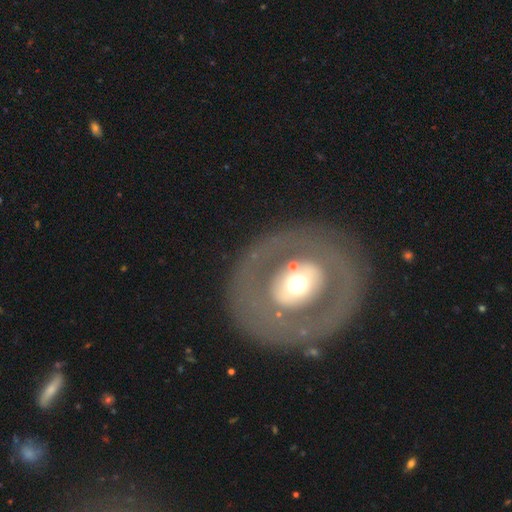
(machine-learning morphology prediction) Smooth or featured? Predicted: featured or disk (p=0.67). Edge-on disk? Predicted: no (p=0.94). Bar? Predicted: no (p=0.65). Spiral arms? Predicted: no (p=0.78). Bulge size? Predicted: moderate (p=0.62). Merging? Predicted: none (p=0.81).